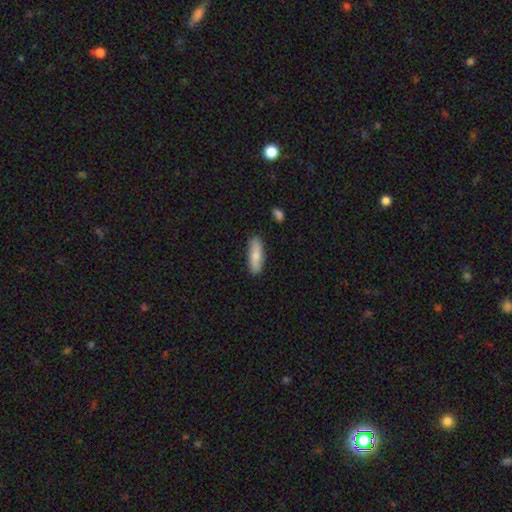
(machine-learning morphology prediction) smooth 78%, featured or disk 16%, star or artifact 6%. Down the decision tree: how rounded — in between (60%); merging — none (86%).